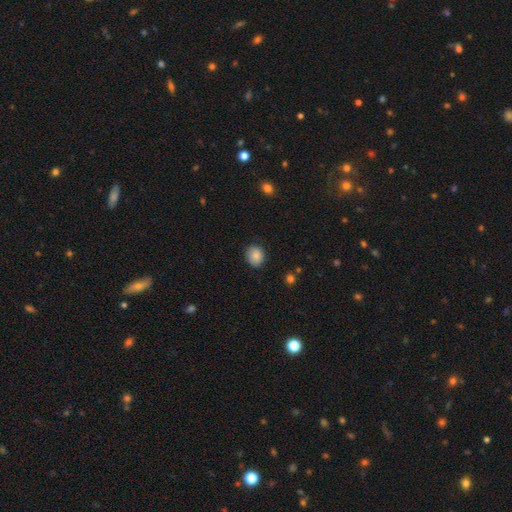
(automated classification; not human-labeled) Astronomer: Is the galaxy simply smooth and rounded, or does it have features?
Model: smooth — 86%.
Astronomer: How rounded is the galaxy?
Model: round — 68%.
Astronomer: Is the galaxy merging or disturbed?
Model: none — 82%.